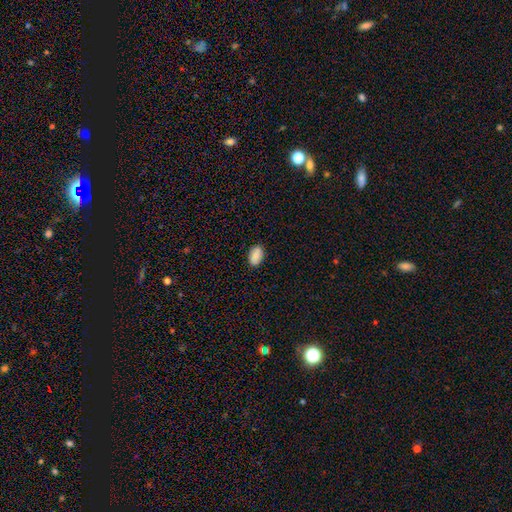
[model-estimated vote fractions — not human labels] Morphology: type=smooth (87%); roundness=in between (92%); merging=none (88%).